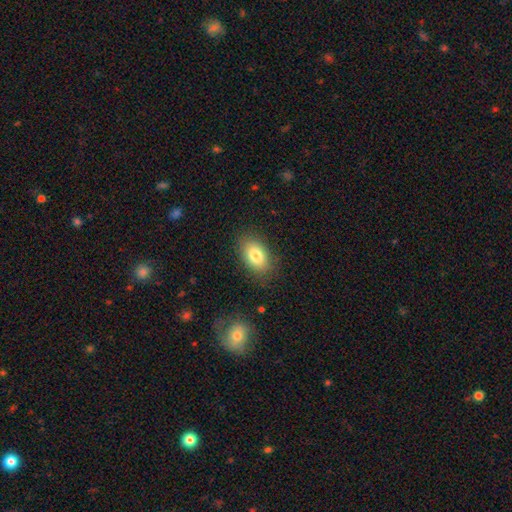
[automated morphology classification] type=smooth (81%); roundness=in between (88%); merging=none (84%).